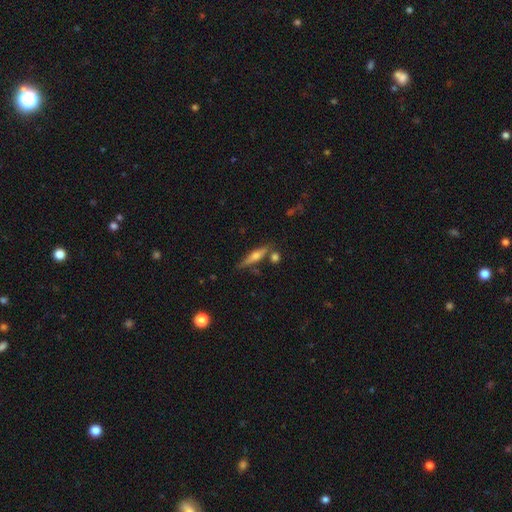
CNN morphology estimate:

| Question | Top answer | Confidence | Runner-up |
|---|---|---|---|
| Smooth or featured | featured or disk | 54% | smooth (38%) |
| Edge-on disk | yes | 94% | no (6%) |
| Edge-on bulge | rounded | 87% | none (7%) |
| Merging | none | 75% | minor disturbance (13%) |